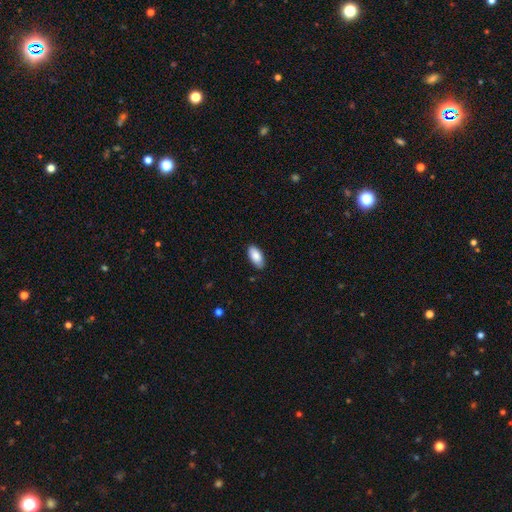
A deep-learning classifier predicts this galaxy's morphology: Smooth or featured?
  - smooth: 87% *
  - featured or disk: 7%
  - star or artifact: 6%
How rounded?
  - in between: 93% *
  - cigar-shaped: 5%
  - round: 2%
Merging?
  - none: 85% *
  - minor disturbance: 12%
  - major disturbance: 2%
  - merger: 1%